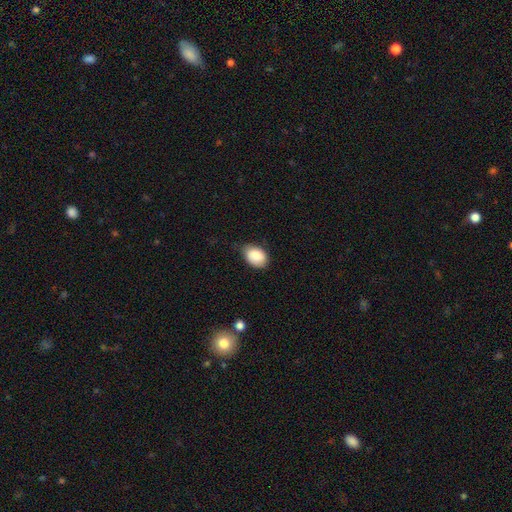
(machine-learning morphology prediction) smooth_or_featured: smooth (p=0.86) [alt: featured or disk p=0.07]
how_rounded: in between (p=0.79) [alt: round p=0.20]
merging: none (p=0.67) [alt: minor disturbance p=0.27]